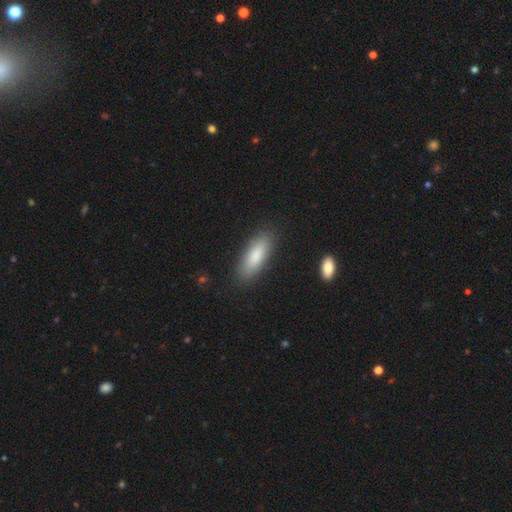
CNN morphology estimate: This appears to be a smooth galaxy with no disk features (83%) that is in between round and cigar-shaped (62%). Merging: none (85%).